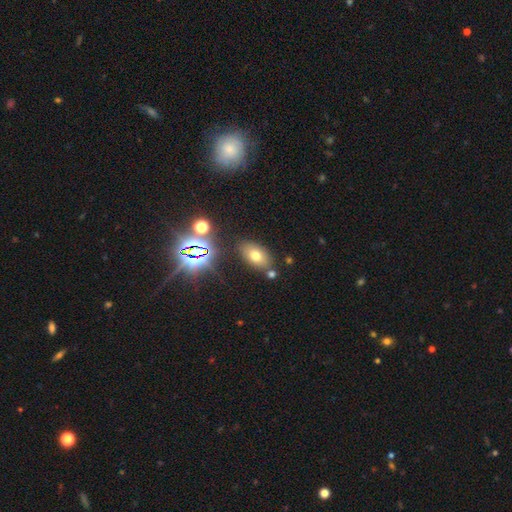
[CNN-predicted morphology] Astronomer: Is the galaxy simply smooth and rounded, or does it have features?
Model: smooth — 67%.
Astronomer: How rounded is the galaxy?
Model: in between — 87%.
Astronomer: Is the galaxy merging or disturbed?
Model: none — 77%.